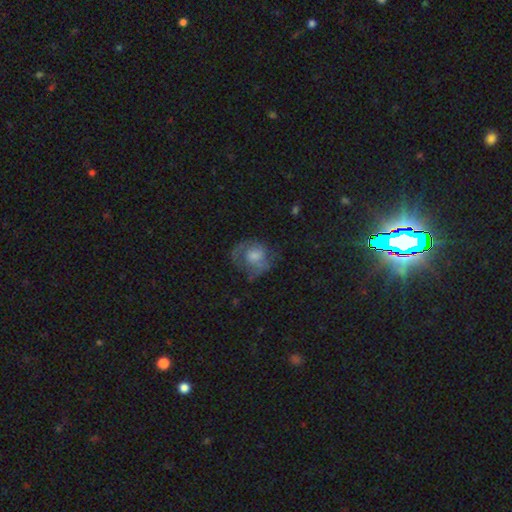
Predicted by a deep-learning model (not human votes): Overall: featured or disk (45%; smooth 41%). Merging: none (53%; minor disturbance 24%).